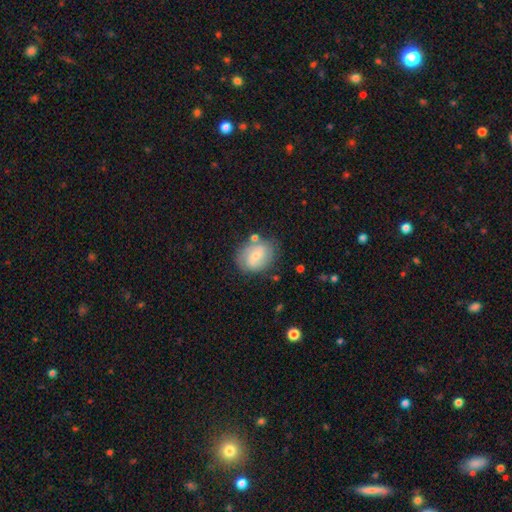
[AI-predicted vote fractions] Overall: featured or disk (53%; smooth 40%). Edge-on disk: no (97%). Bar: no (47%; weak 44%). Spiral arms: yes (84%). Bulge size: small (63%; moderate 27%). Merging: none (70%).